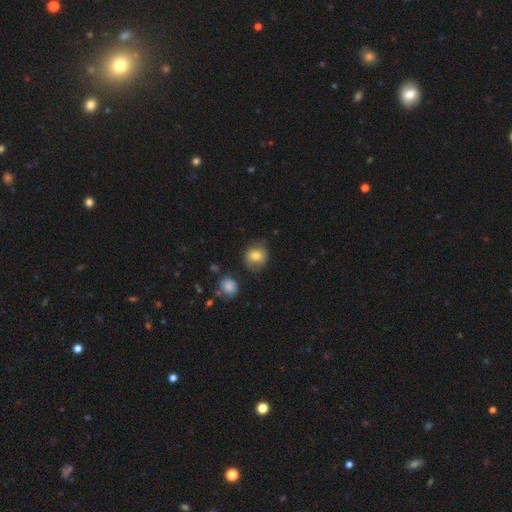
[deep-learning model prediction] A smooth galaxy with no disk features (75%) that is round (78%). Merging: none (71%).